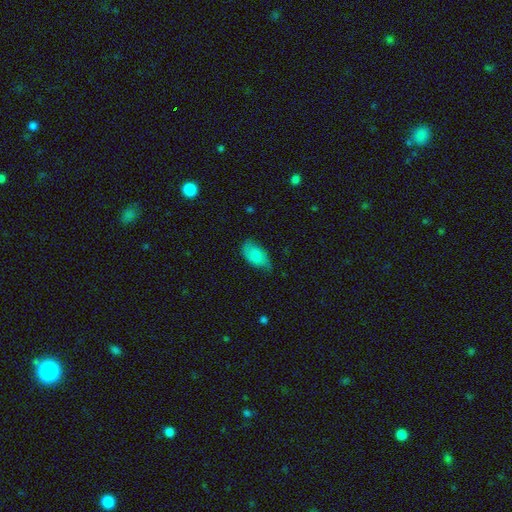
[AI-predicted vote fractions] smooth 72%, featured or disk 20%, star or artifact 8%. Down the decision tree: how rounded — in between (93%); merging — none (57%).